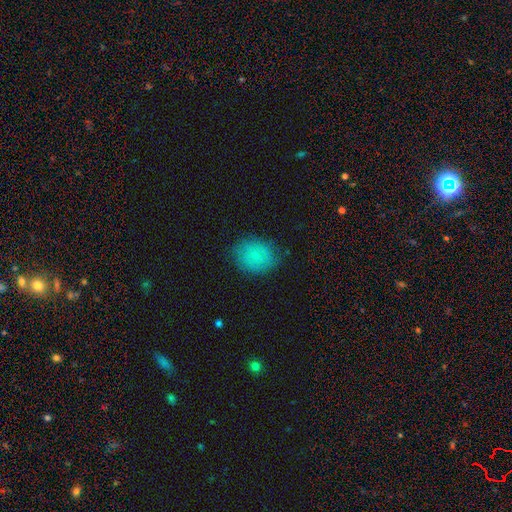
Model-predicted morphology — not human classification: Overall: smooth (74%). How rounded: round (56%; in between 43%). Merging: none (77%).